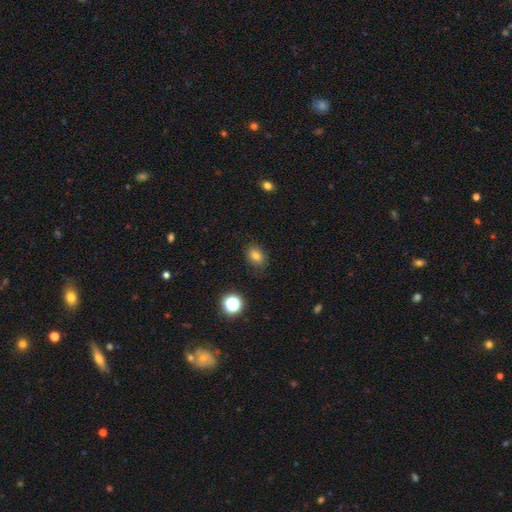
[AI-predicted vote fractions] Morphology: type=smooth (77%); roundness=in between (61%); merging=none (80%).